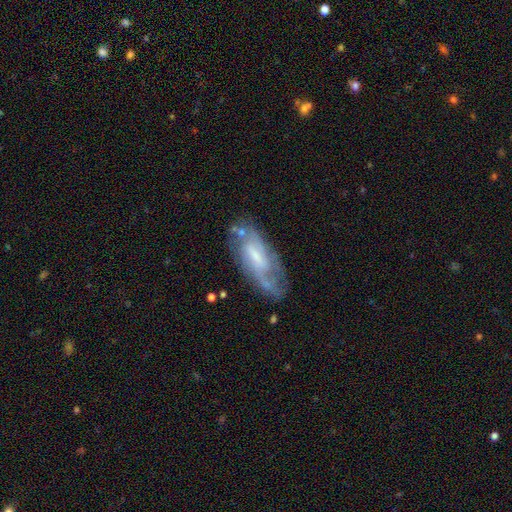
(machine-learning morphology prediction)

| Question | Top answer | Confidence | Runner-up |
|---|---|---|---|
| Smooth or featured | featured or disk | 72% | smooth (21%) |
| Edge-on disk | no | 86% | yes (14%) |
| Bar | weak | 46% | no (38%) |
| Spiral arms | yes | 84% | no (16%) |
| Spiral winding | medium | 41% | tight (39%) |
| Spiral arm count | can't tell | 42% | 2 (33%) |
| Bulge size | small | 42% | moderate (34%) |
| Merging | none | 66% | minor disturbance (21%) |